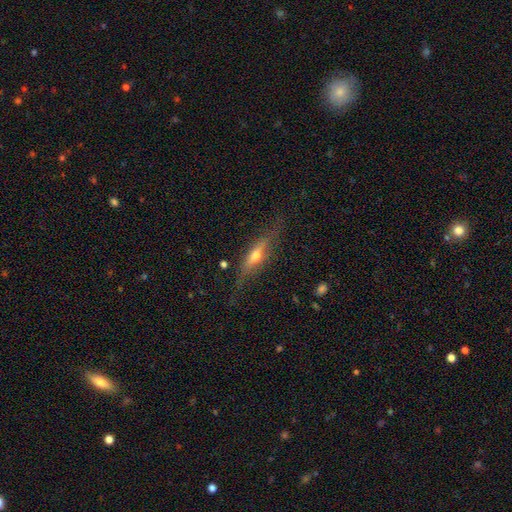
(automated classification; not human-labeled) Smooth or featured? featured or disk (61%)
Edge-on disk? yes (90%)
Edge-on bulge? rounded (88%)
Merging? none (76%)